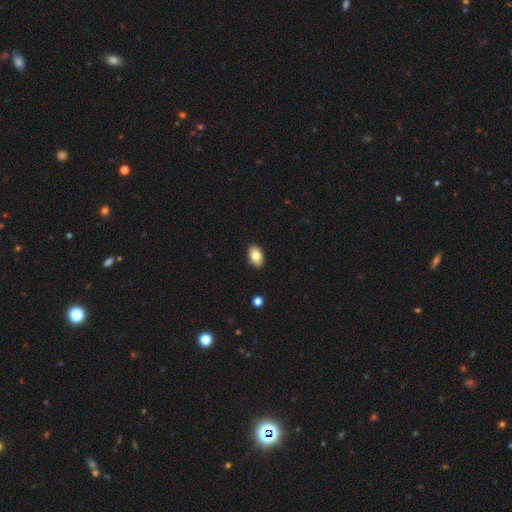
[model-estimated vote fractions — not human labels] The model was most divided on "smooth or featured": smooth: 80%, featured or disk: 12%, star or artifact: 8%. More confident: merging — none (89%); how rounded — in between (88%).